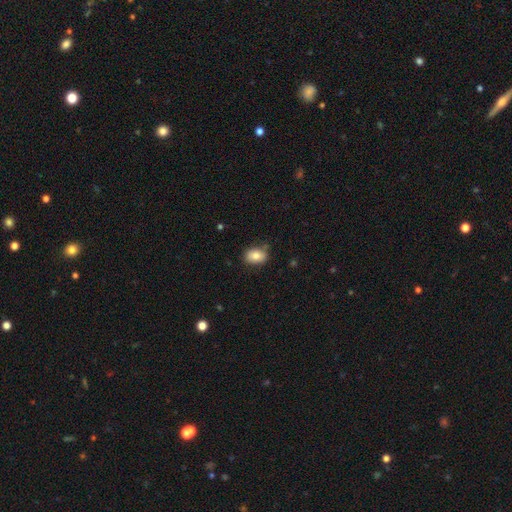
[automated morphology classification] Smooth or featured? Predicted: smooth (p=0.81). How rounded? Predicted: in between (p=0.75). Merging? Predicted: none (p=0.77).